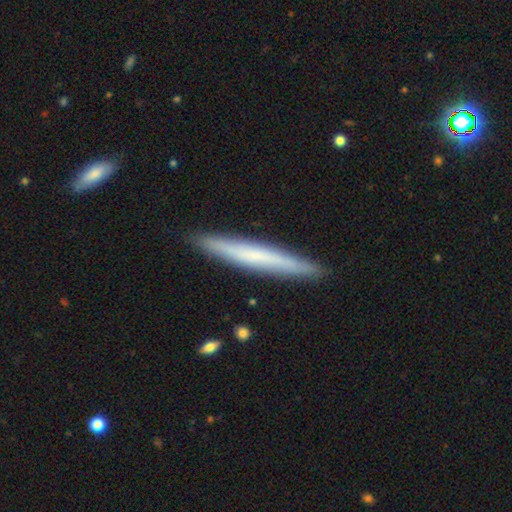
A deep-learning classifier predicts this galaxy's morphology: Q: Smooth or featured?
A: smooth (52%); runner-up: featured or disk (42%)
Q: How rounded?
A: cigar-shaped (96%); runner-up: in between (3%)
Q: Merging?
A: none (90%); runner-up: minor disturbance (7%)